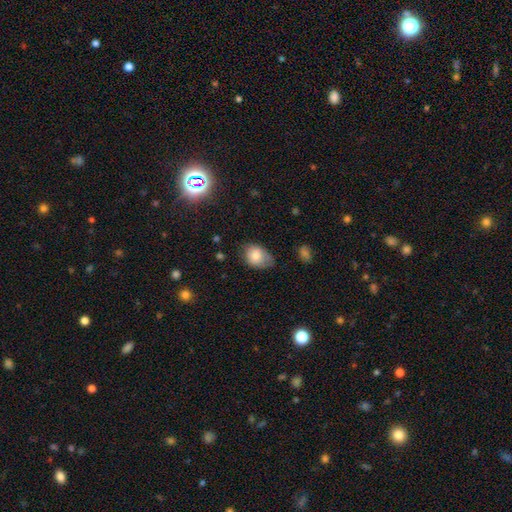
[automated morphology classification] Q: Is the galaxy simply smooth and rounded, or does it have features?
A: smooth — 79%.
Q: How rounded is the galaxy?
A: in between — 71%.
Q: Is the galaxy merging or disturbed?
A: none — 54%.